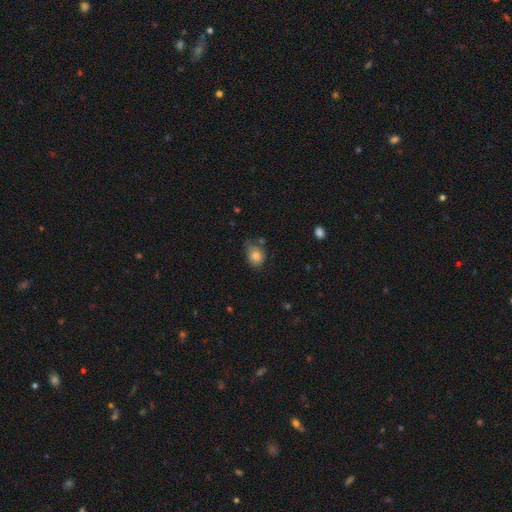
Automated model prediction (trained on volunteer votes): smooth_or_featured: smooth (p=0.80) [alt: featured or disk p=0.11]
how_rounded: round (p=0.52) [alt: in between p=0.47]
merging: none (p=0.50) [alt: minor disturbance p=0.33]